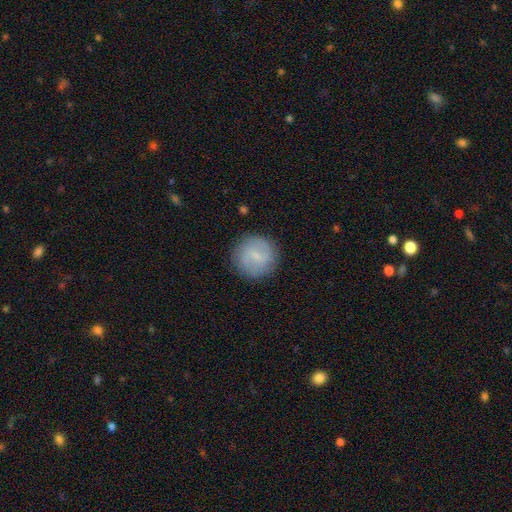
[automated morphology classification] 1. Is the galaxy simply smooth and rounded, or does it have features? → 52% smooth, 41% featured or disk, 7% star or artifact.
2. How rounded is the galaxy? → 94% round, 5% in between, 1% cigar-shaped.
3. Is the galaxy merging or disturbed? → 87% none, 9% minor disturbance, 3% major disturbance, 1% merger.